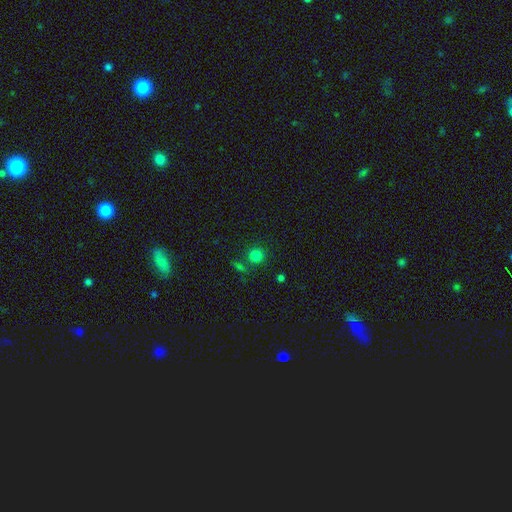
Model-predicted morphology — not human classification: This appears to be a smooth galaxy with no disk features (79%) that is round (91%). Merging: none (77%).